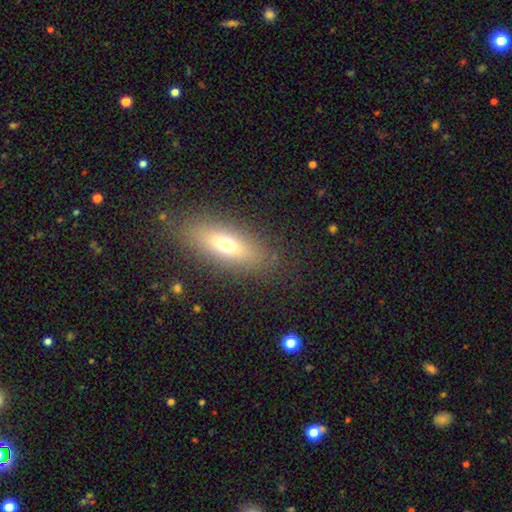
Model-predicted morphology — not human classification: Smooth or featured? smooth (60%)
How rounded? in between (58%)
Merging? none (86%)